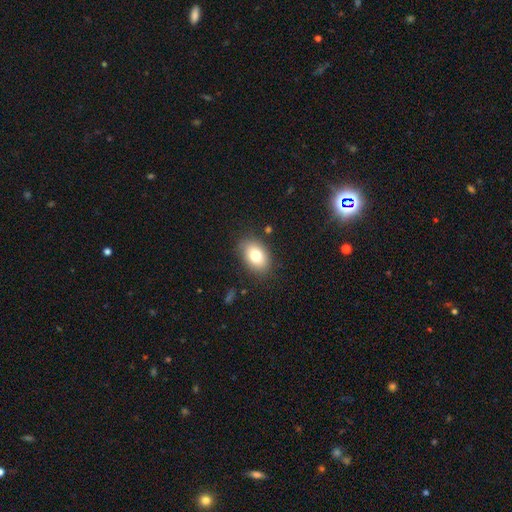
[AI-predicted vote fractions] smooth-or-featured: smooth: 78% | featured or disk: 13% | star or artifact: 9%
  how-rounded: in between: 80% | round: 19% | cigar-shaped: 1%
  merging: none: 82% | minor disturbance: 13% | major disturbance: 3% | merger: 2%